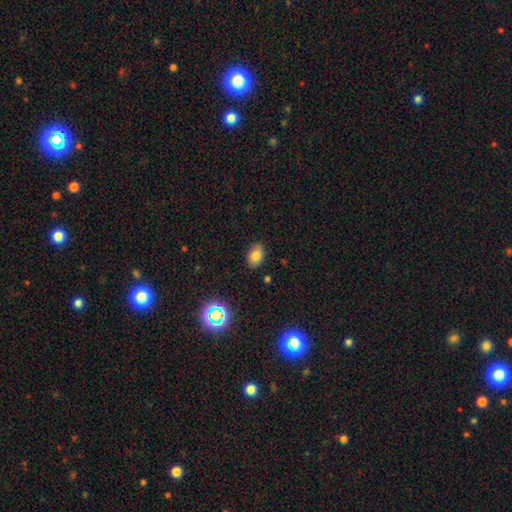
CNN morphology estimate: smooth_or_featured: smooth (p=0.78) [alt: star or artifact p=0.12]
how_rounded: in between (p=0.82) [alt: round p=0.17]
merging: none (p=0.84) [alt: minor disturbance p=0.12]